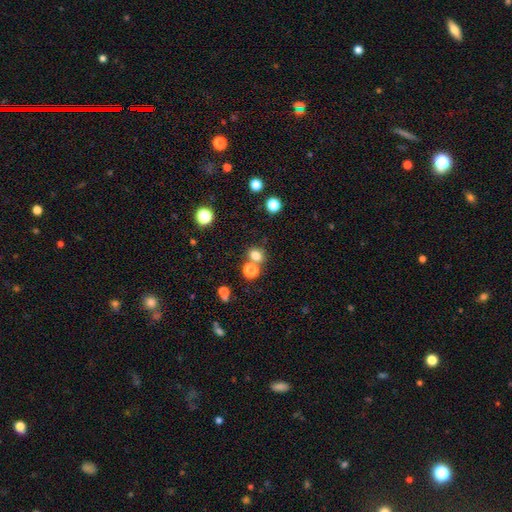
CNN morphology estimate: Smooth or featured? Predicted: smooth (p=0.78). How rounded? Predicted: round (p=0.67). Merging? Predicted: none (p=0.64).